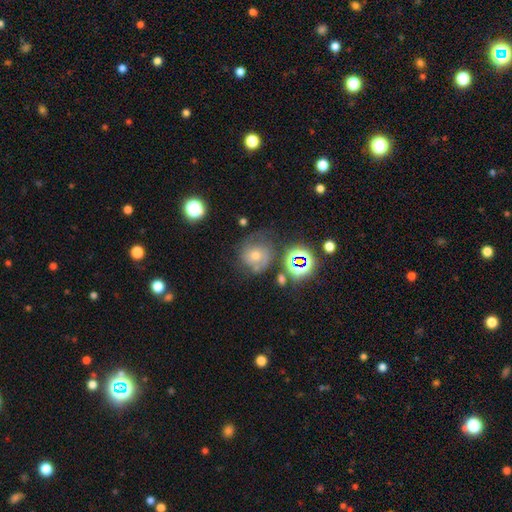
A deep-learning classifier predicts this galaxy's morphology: The model was most divided on "smooth or featured": featured or disk: 43%, smooth: 30%, star or artifact: 27%. More confident: merging — none (58%).